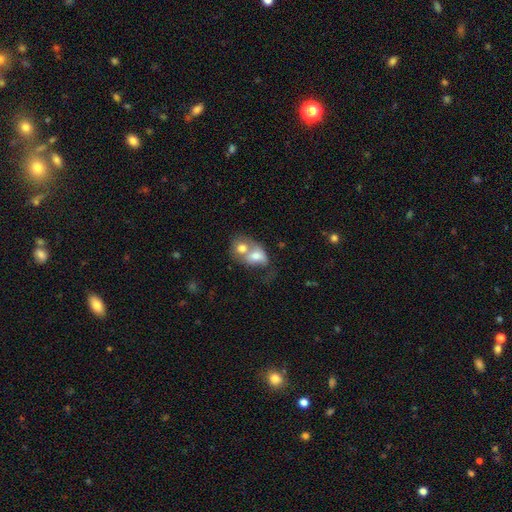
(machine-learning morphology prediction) Smooth or featured: smooth — 67% (featured or disk — 25%)
How rounded: in between — 61% (round — 38%)
Merging: merger — 75% (none — 11%)